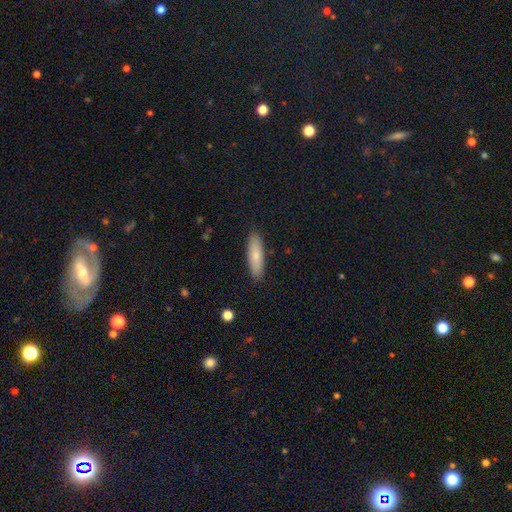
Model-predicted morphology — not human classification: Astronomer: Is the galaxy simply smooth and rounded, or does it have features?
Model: smooth — 79%.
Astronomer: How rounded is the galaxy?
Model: cigar-shaped — 60% (runner-up: in between, 39%).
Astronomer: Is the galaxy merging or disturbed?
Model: none — 89%.